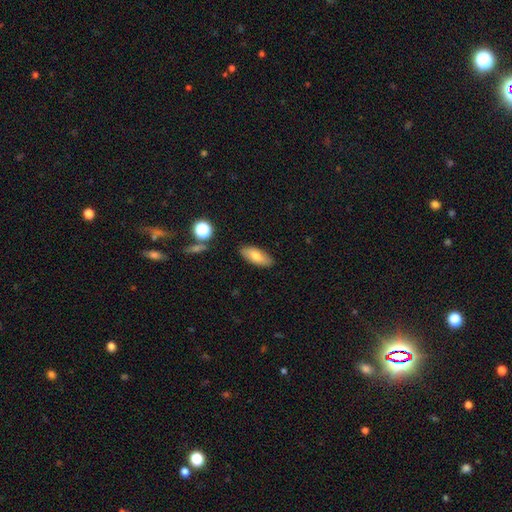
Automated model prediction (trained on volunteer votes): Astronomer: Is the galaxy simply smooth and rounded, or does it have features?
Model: smooth — 75%.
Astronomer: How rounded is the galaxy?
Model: in between — 78%.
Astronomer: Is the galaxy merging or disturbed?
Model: none — 86%.